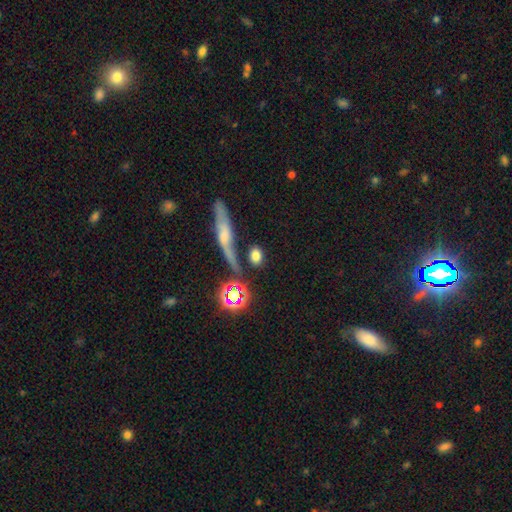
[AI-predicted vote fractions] smooth_or_featured: smooth (p=0.76) [alt: star or artifact p=0.14]
how_rounded: in between (p=0.54) [alt: round p=0.38]
merging: none (p=0.73) [alt: merger p=0.11]